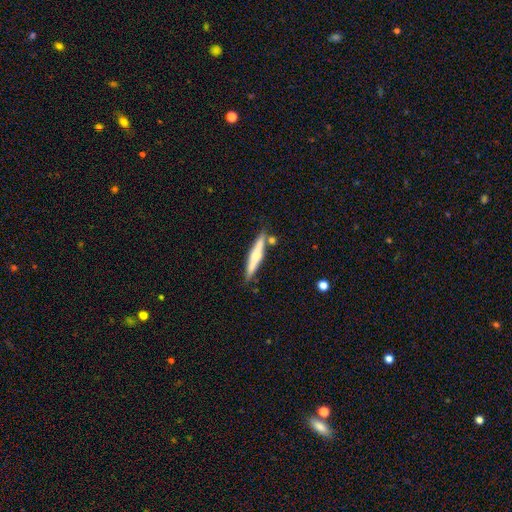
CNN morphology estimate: smooth-or-featured: featured or disk: 47% (tied) | smooth: 47% (tied) | star or artifact: 6%
  merging: none: 78% | minor disturbance: 11% | merger: 8% | major disturbance: 2%